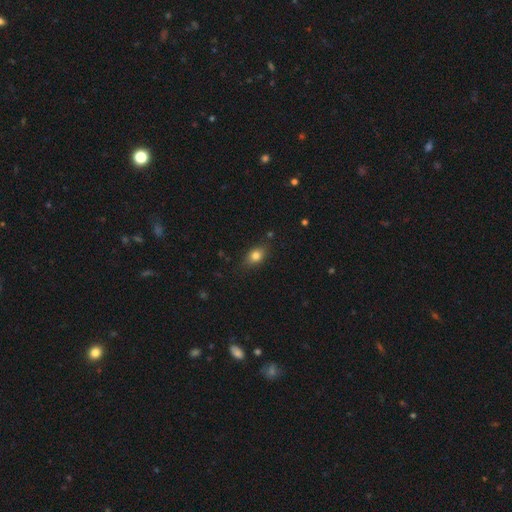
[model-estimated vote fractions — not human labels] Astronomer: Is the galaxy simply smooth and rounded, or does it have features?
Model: smooth — 80%.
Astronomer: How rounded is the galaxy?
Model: in between — 73%.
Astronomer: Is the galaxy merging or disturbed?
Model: none — 80%.